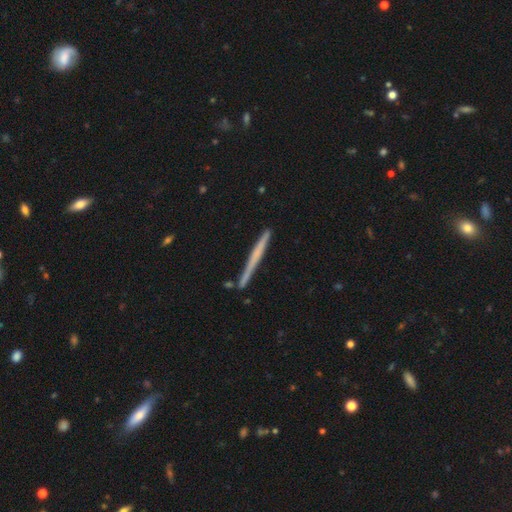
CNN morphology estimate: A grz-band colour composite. It shows a featured or disk galaxy (51%) viewed edge-on (97%). Merging: none (87%).